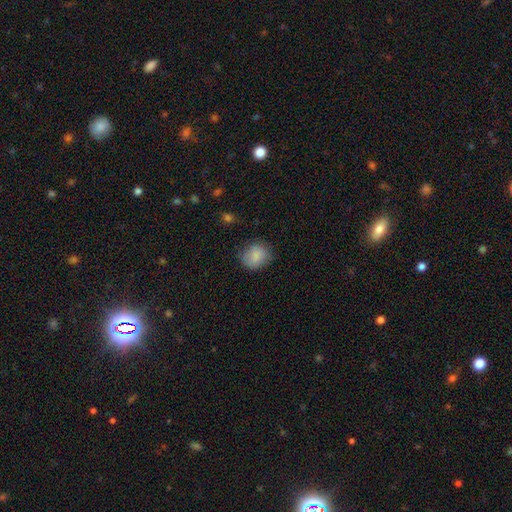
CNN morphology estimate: smooth_or_featured: smooth (p=0.85) [alt: star or artifact p=0.08]
how_rounded: round (p=0.71) [alt: in between p=0.28]
merging: none (p=0.74) [alt: minor disturbance p=0.20]